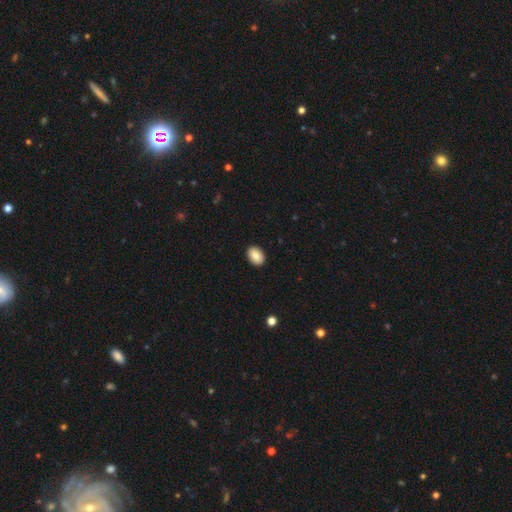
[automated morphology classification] Overall: smooth (87%). How rounded: in between (73%). Merging: none (91%).